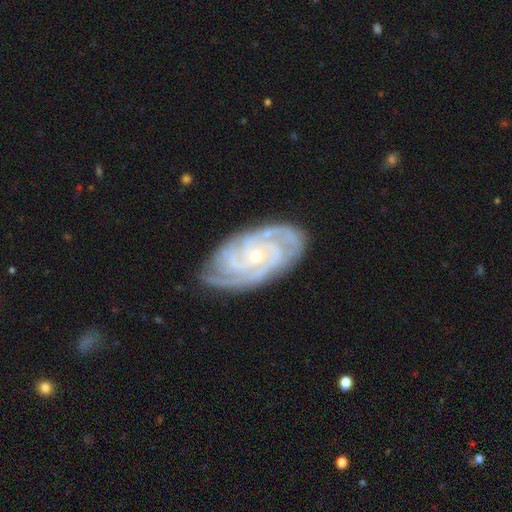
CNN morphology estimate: Smooth or featured? featured or disk (91%)
Edge-on disk? no (97%)
Bar? no (70%)
Spiral arms? yes (98%)
Spiral winding? tight (76%)
Spiral arm count? 3 (35%)
Bulge size? small (74%)
Merging? none (80%)